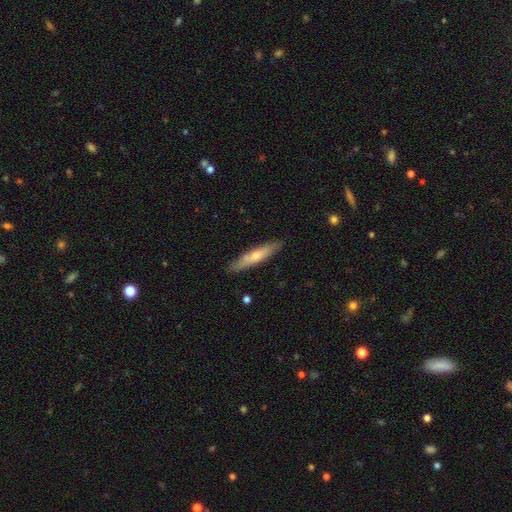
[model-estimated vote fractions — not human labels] A smooth galaxy with no disk features (50%) that is cigar-shaped (88%). Merging: none (87%).